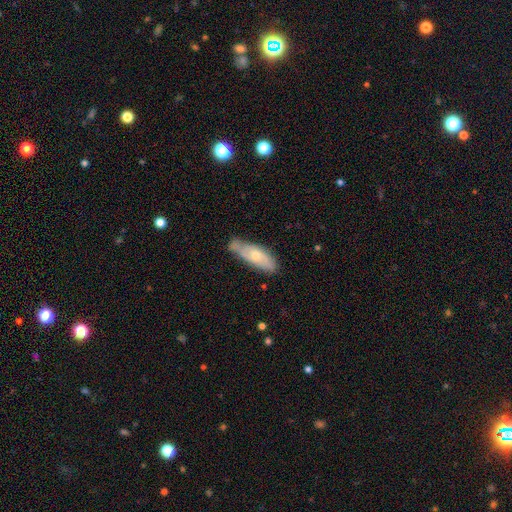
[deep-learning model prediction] The model was most divided on "smooth or featured": smooth: 52%, featured or disk: 43%, star or artifact: 6%. More confident: merging — none (59%); how rounded — in between (57%).